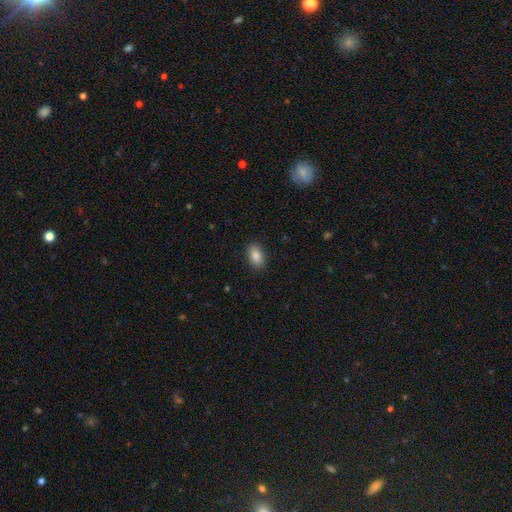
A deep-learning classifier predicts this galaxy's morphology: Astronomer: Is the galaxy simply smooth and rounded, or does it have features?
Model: smooth — 88%.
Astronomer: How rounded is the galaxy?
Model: in between — 91%.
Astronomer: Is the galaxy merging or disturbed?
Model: none — 89%.